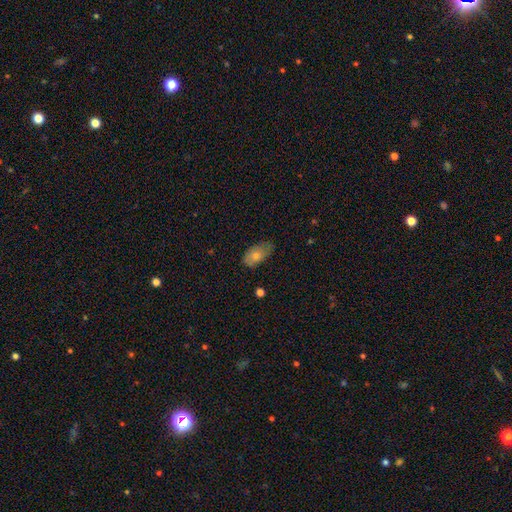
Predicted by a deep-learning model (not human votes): A smooth galaxy with no disk features (64%) that is in between round and cigar-shaped (90%).

Vote fractions:
- Smooth or featured? smooth: 64% / featured or disk: 27% / star or artifact: 8%
- How rounded? in between: 90% / round: 6% / cigar-shaped: 4%
- Merging? none: 65% / minor disturbance: 28% / major disturbance: 5% / merger: 1%